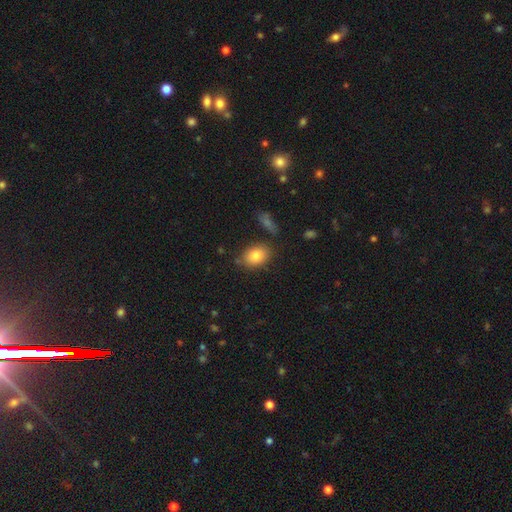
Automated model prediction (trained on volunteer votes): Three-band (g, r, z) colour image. It shows a smooth galaxy with no disk features (82%) that is in between round and cigar-shaped (76%). Merging: none (78%).